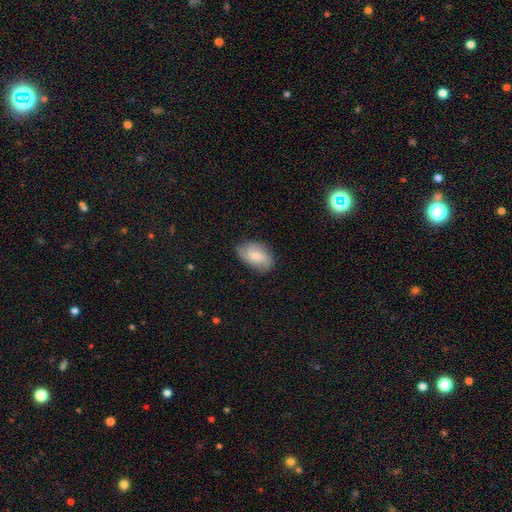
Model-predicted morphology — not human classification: This is likely a smooth galaxy (68%). How rounded: clearly in between (91%). Merging: likely none (75%).